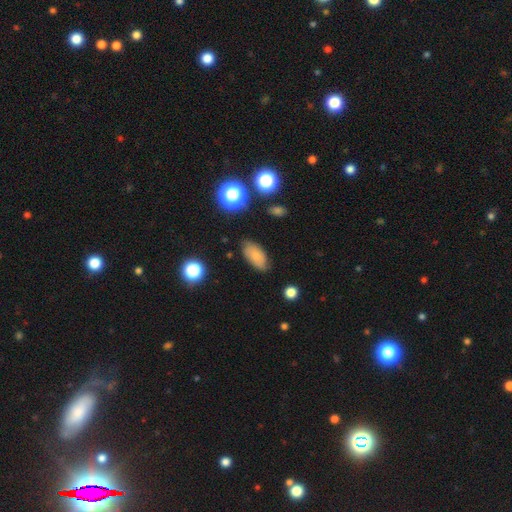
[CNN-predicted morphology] type=smooth (75%); roundness=in between (91%); merging=none (76%).